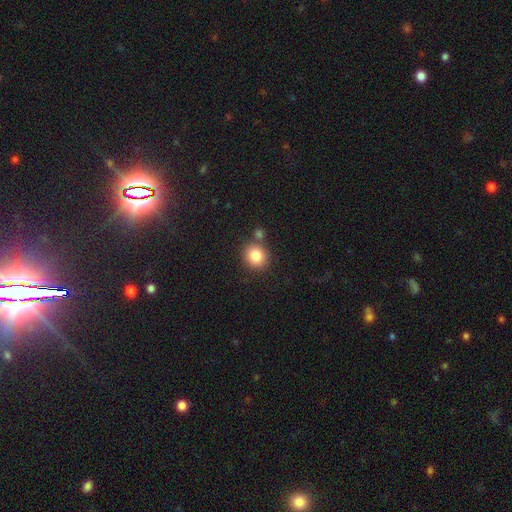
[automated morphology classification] Q: Smooth or featured?
A: smooth (84%); runner-up: star or artifact (9%)
Q: How rounded?
A: round (83%); runner-up: in between (16%)
Q: Merging?
A: none (73%); runner-up: merger (14%)